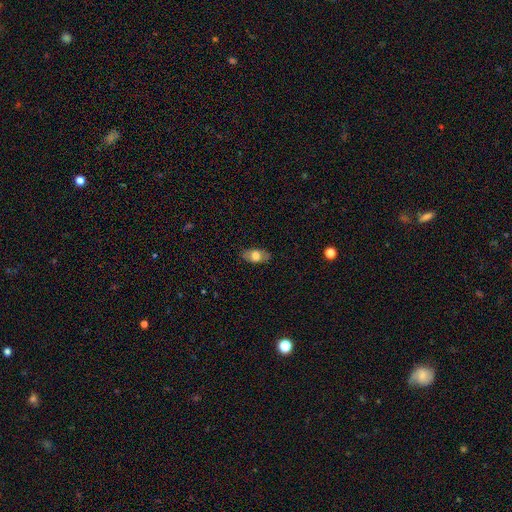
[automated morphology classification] A smooth galaxy with no disk features (69%) that is in between round and cigar-shaped (89%). Merging: none (82%).